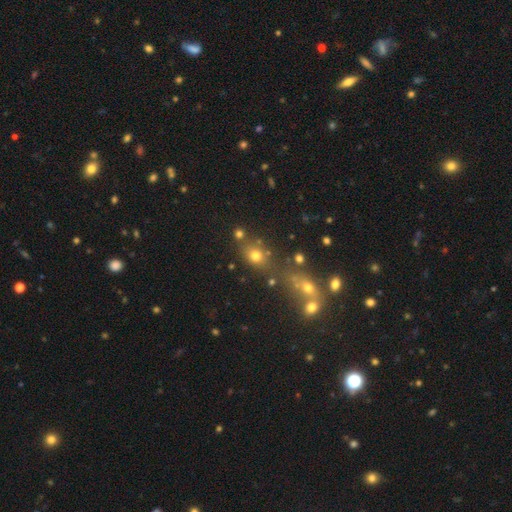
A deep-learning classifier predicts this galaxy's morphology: smooth 68%, star or artifact 20%, featured or disk 12%. Down the decision tree: how rounded — round (53%); merging — none (59%).